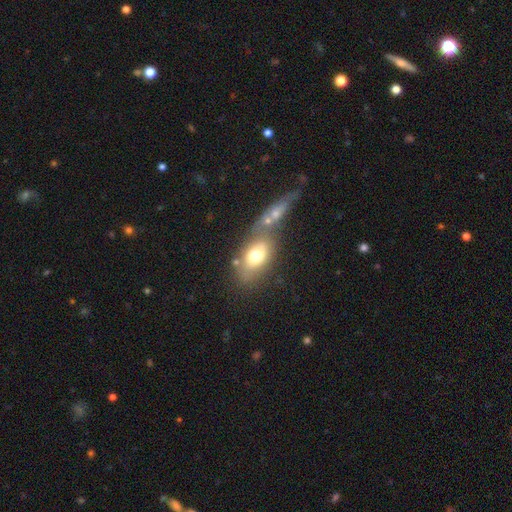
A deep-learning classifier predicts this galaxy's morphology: Smooth or featured? smooth (65%)
How rounded? in between (82%)
Merging? merger (39%, tied with none)